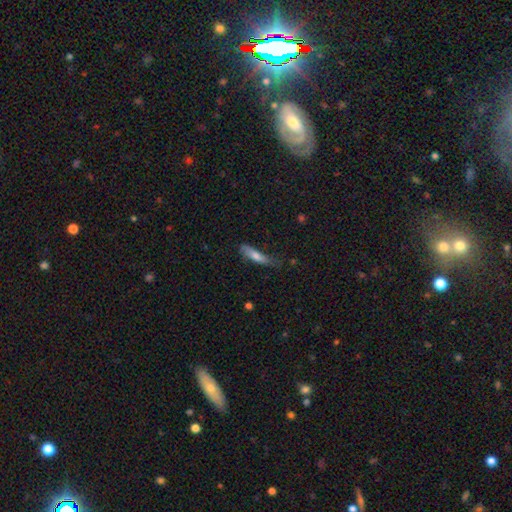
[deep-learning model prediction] A smooth galaxy with no disk features (72%) that is cigar-shaped (71%).

Vote fractions:
- Smooth or featured? smooth: 72% / featured or disk: 21% / star or artifact: 7%
- How rounded? cigar-shaped: 71% / in between: 27% / round: 2%
- Merging? none: 48% / minor disturbance: 35% / major disturbance: 14% / merger: 3%